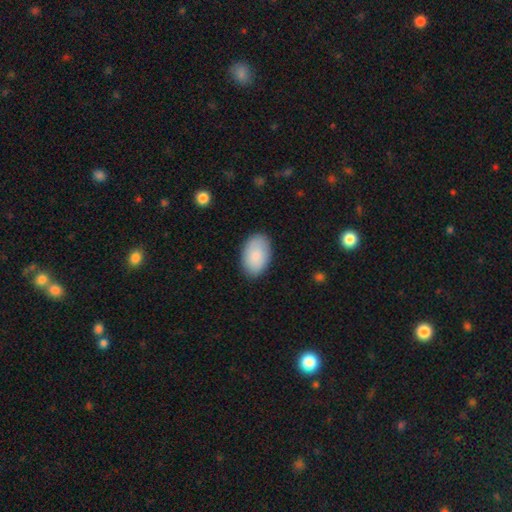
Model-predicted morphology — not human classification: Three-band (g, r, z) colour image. It shows a smooth galaxy with no disk features (87%) that is in between round and cigar-shaped (91%). Merging: none (86%).